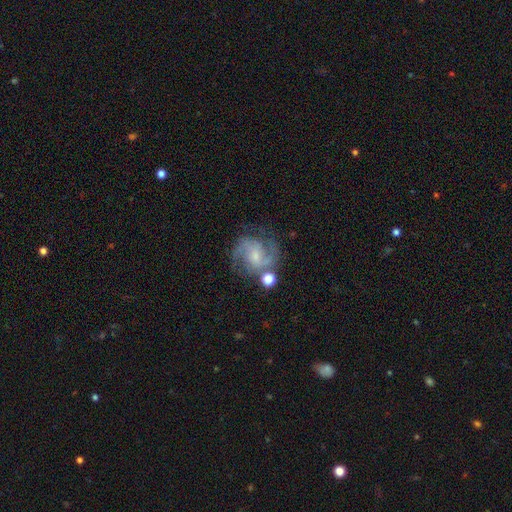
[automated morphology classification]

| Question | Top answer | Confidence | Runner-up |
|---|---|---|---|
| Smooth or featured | featured or disk | 85% | smooth (8%) |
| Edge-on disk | no | 98% | yes (2%) |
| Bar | no | 48% | weak (42%) |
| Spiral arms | yes | 97% | no (3%) |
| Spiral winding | medium | 56% | tight (27%) |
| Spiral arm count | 2 | 68% | 3 (16%) |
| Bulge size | small | 61% | moderate (24%) |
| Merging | none | 68% | minor disturbance (16%) |